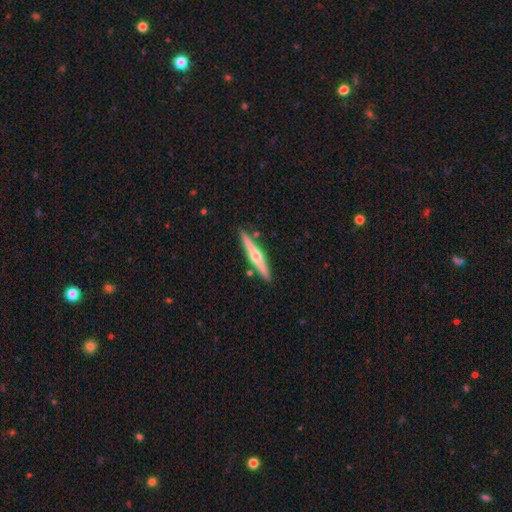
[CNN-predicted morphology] Smooth or featured: featured or disk — 65% (smooth — 30%)
Edge-on disk: yes — 97% (no — 3%)
Edge-on bulge: rounded — 92% (none — 5%)
Merging: none — 86% (minor disturbance — 8%)